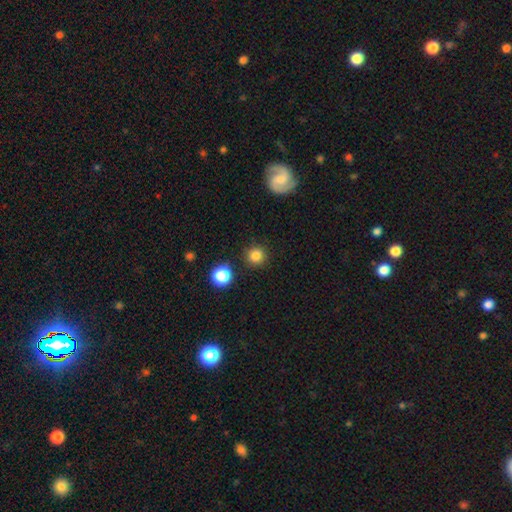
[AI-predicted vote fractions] Smooth or featured: smooth — 83% (star or artifact — 12%)
How rounded: round — 93% (in between — 6%)
Merging: none — 89% (minor disturbance — 6%)